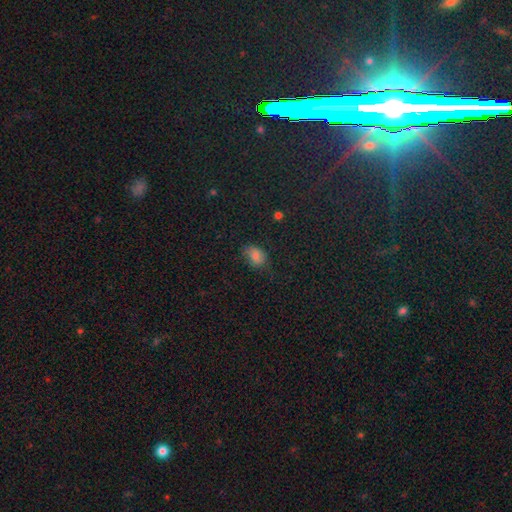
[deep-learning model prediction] Smooth or featured? smooth (77%)
How rounded? in between (77%)
Merging? none (64%)